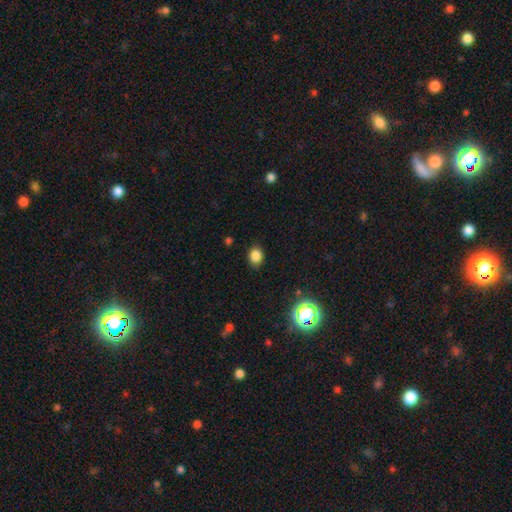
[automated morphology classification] A smooth galaxy with no disk features (83%) that is in between round and cigar-shaped (50%).

Vote fractions:
- Smooth or featured? smooth: 83% / star or artifact: 13% / featured or disk: 4%
- How rounded? in between: 50% / round: 49% / cigar-shaped: 1%
- Merging? none: 87% / minor disturbance: 9% / major disturbance: 3% / merger: 1%